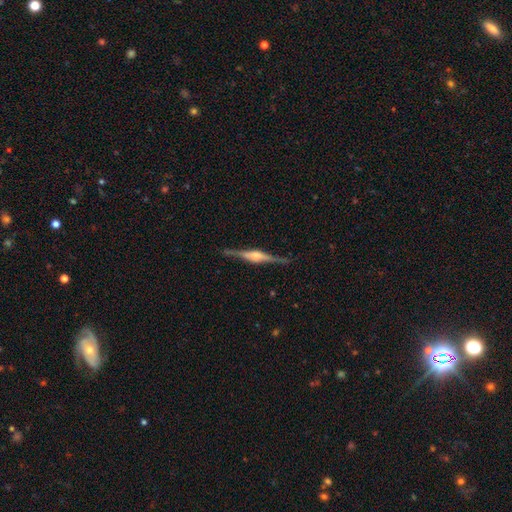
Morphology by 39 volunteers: Q: Smooth or featured?
A: featured or disk (87%); runner-up: star or artifact (10%)
Q: Edge-on disk?
A: yes (100%)
Q: Edge-on bulge?
A: rounded (97%); runner-up: boxy (3%)
Q: Merging?
A: none (91%); runner-up: minor disturbance (3%)